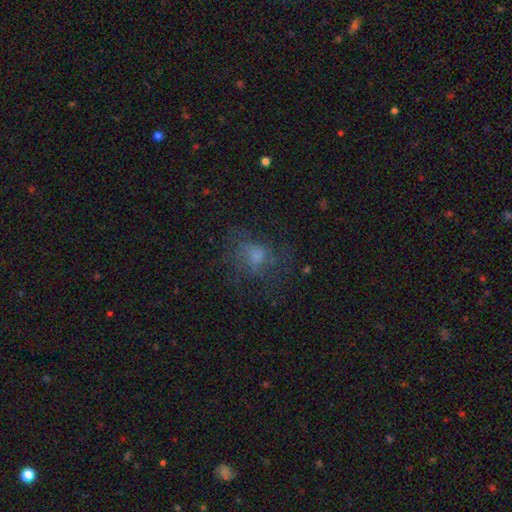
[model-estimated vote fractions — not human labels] A smooth galaxy with no disk features (46%).

Vote fractions:
- Smooth or featured? smooth: 46% / featured or disk: 37% / star or artifact: 17%
- Merging? none: 55% / major disturbance: 25% / minor disturbance: 19% / merger: 2%